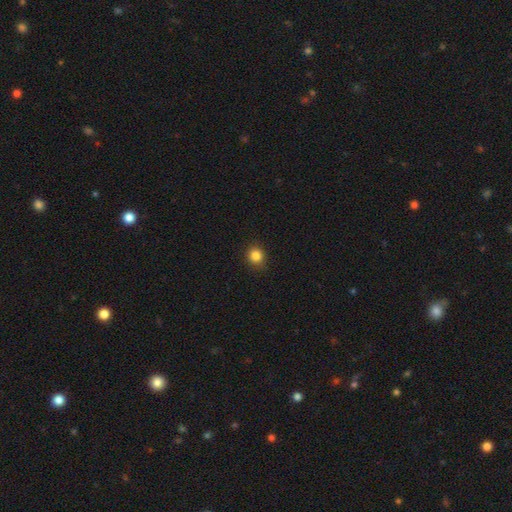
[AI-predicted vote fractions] smooth_or_featured: smooth (p=0.85) [alt: star or artifact p=0.11]
how_rounded: round (p=0.86) [alt: in between p=0.13]
merging: none (p=0.89) [alt: minor disturbance p=0.08]